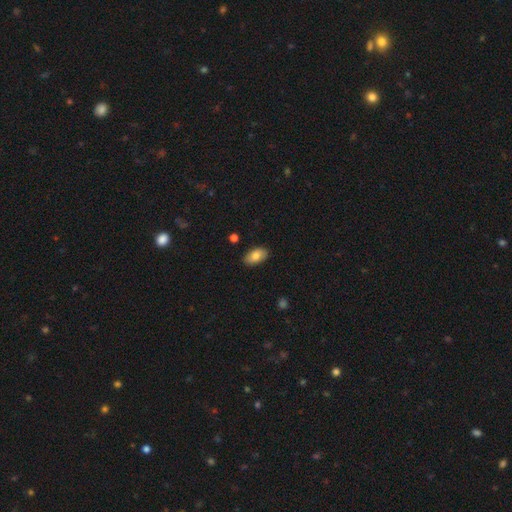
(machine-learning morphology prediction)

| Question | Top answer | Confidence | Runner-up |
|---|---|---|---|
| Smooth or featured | smooth | 82% | featured or disk (10%) |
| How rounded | in between | 93% | round (4%) |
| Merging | none | 88% | minor disturbance (9%) |